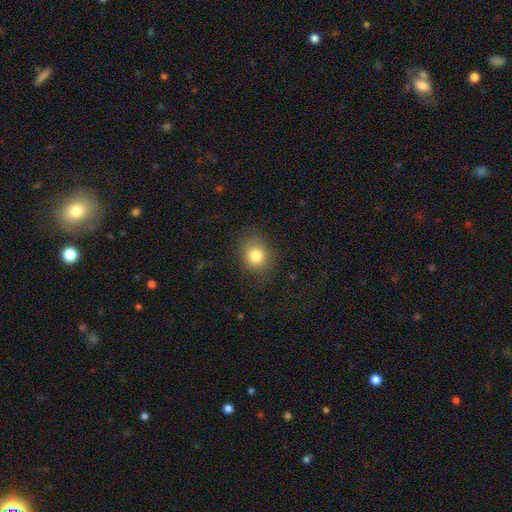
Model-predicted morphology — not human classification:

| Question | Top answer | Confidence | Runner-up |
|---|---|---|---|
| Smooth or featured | smooth | 81% | star or artifact (12%) |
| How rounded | round | 67% | in between (32%) |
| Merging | none | 82% | minor disturbance (12%) |